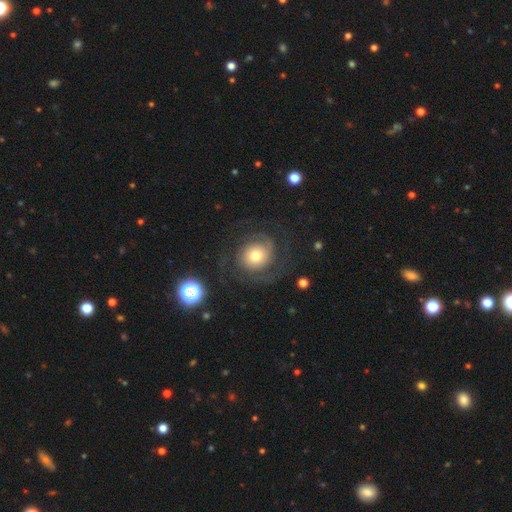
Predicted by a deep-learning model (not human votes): featured or disk 74%, smooth 19%, star or artifact 8%. Down the decision tree: edge-on disk — no (98%); bar — no (79%); spiral arms — yes (94%); spiral arm count — 2 (68%); spiral winding — tight (45%); bulge size — moderate (54%); merging — none (72%).